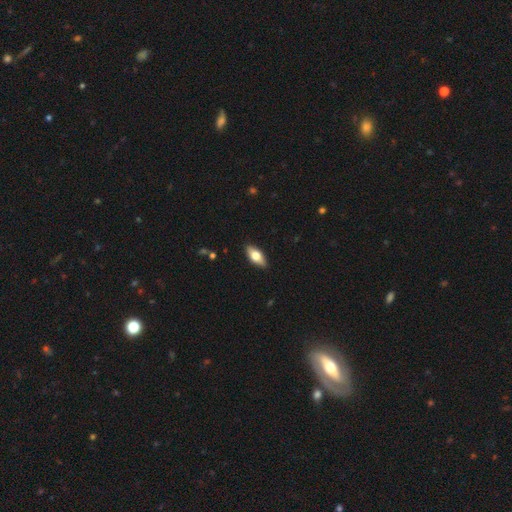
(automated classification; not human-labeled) The model was most divided on "smooth or featured": smooth: 66%, featured or disk: 28%, star or artifact: 6%. More confident: merging — none (89%); how rounded — in between (83%).